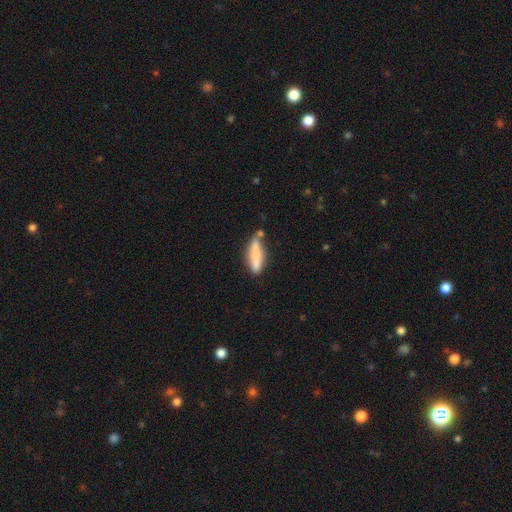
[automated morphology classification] Overall: smooth (71%). How rounded: cigar-shaped (76%). Merging: none (59%; minor disturbance 22%).